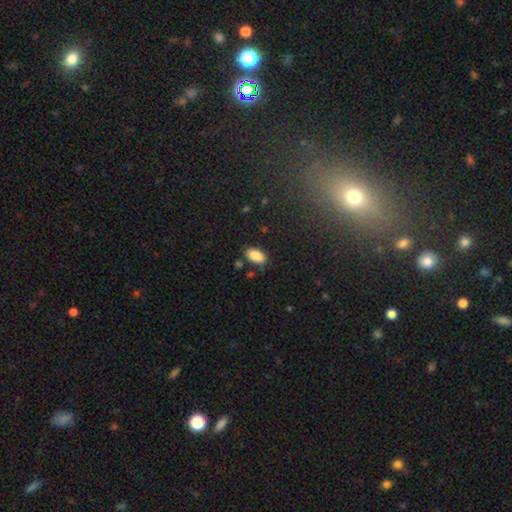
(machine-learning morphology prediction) Overall: smooth (88%). How rounded: in between (94%). Merging: none (82%).